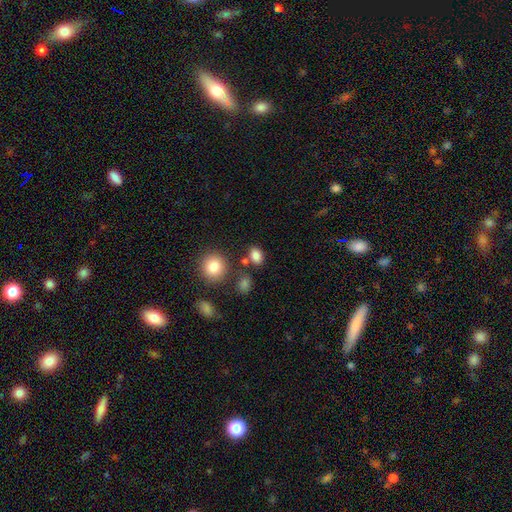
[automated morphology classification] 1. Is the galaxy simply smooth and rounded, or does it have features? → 83% smooth, 11% star or artifact, 5% featured or disk.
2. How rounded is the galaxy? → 70% in between, 28% round, 1% cigar-shaped.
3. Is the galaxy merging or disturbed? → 73% none, 12% minor disturbance, 10% merger, 4% major disturbance.